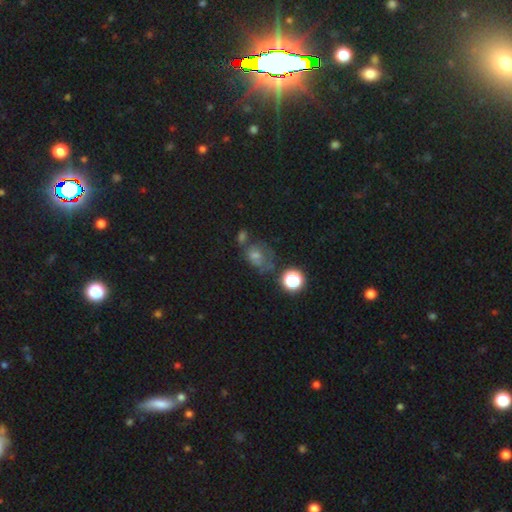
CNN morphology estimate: Smooth or featured?
  - smooth: 43% *
  - star or artifact: 34%
  - featured or disk: 23%
Merging?
  - none: 48% *
  - minor disturbance: 21%
  - merger: 17%
  - major disturbance: 14%